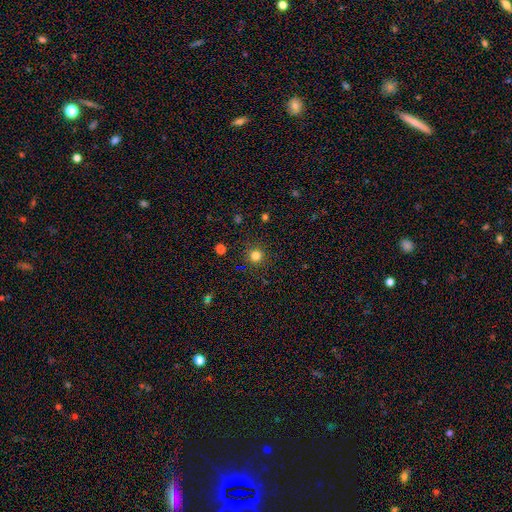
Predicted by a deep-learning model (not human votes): A smooth galaxy with no disk features (80%) that is round (96%).

Vote fractions:
- Smooth or featured? smooth: 80% / star or artifact: 15% / featured or disk: 5%
- How rounded? round: 96% / in between: 4% / cigar-shaped: 1%
- Merging? none: 91% / minor disturbance: 6% / major disturbance: 2% / merger: 1%